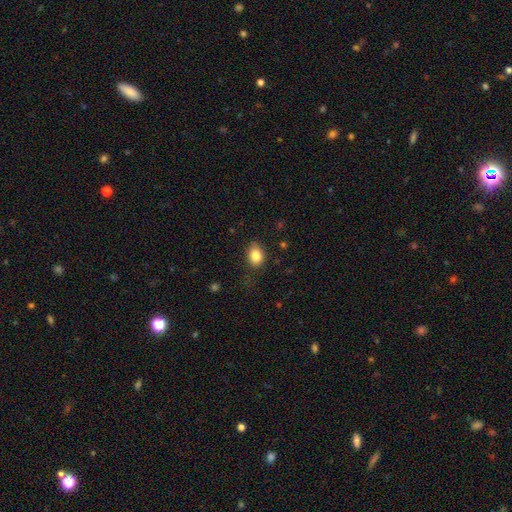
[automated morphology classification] smooth 84%, star or artifact 9%, featured or disk 7%. Down the decision tree: how rounded — in between (65%); merging — none (69%).